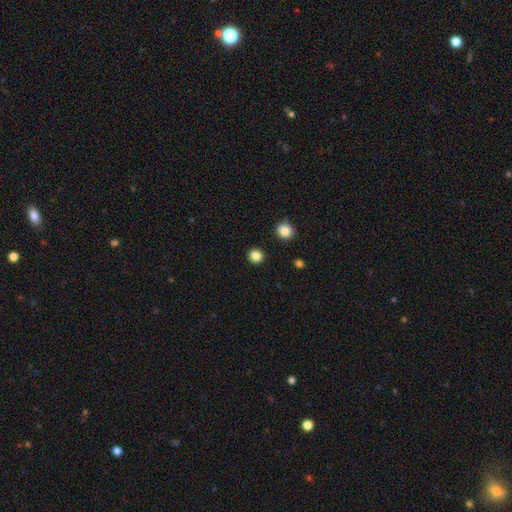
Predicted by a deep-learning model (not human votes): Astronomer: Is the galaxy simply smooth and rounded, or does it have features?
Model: smooth — 85%.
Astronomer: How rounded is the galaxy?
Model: round — 91%.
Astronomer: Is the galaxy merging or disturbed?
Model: none — 92%.